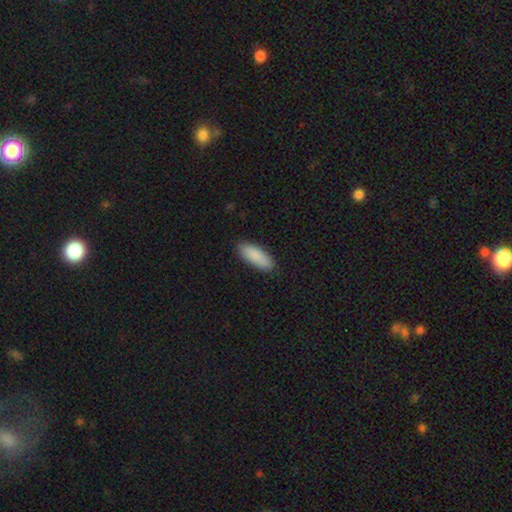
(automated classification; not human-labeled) Morphology: type=smooth (89%); roundness=in between (68%); merging=none (87%).